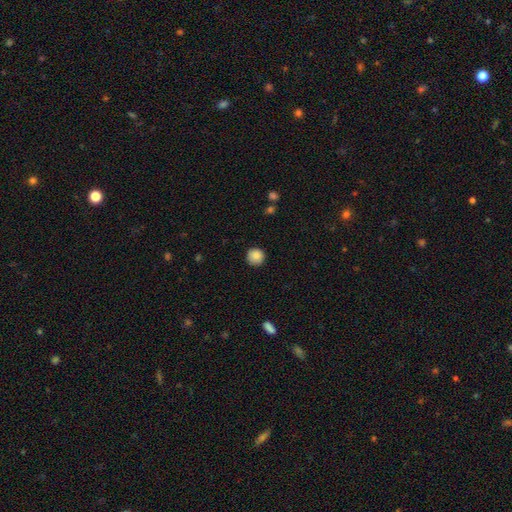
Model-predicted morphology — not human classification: Q: Smooth or featured?
A: smooth (88%); runner-up: star or artifact (9%)
Q: How rounded?
A: round (95%); runner-up: in between (4%)
Q: Merging?
A: none (89%); runner-up: minor disturbance (7%)